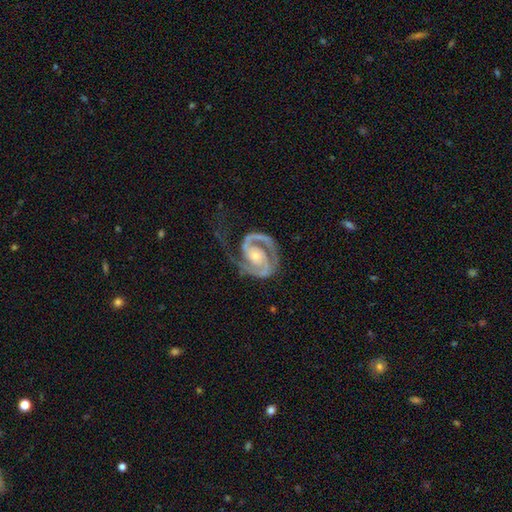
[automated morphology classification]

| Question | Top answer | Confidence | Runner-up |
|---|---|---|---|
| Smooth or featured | featured or disk | 93% | smooth (4%) |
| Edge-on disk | no | 98% | yes (2%) |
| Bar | no | 61% | weak (27%) |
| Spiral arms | yes | 98% | no (2%) |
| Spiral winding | tight | 49% | medium (42%) |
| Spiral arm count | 2 | 82% | 1 (11%) |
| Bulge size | small | 55% | moderate (39%) |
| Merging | none | 56% | major disturbance (22%) |